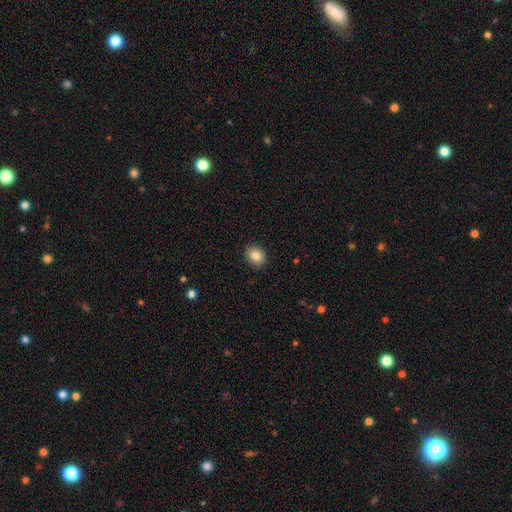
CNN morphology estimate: Smooth or featured: smooth — 84% (star or artifact — 9%)
How rounded: round — 61% (in between — 38%)
Merging: none — 90% (minor disturbance — 7%)